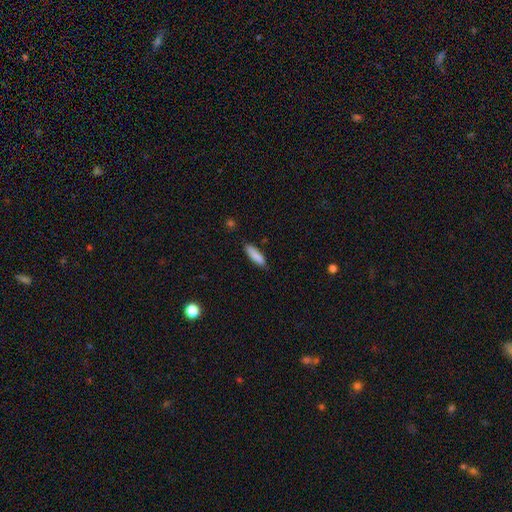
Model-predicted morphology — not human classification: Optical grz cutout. It shows a smooth galaxy with no disk features (87%) that is cigar-shaped (64%). Merging: none (83%).